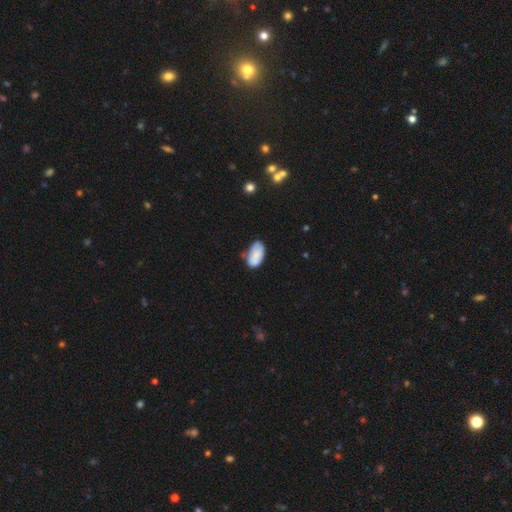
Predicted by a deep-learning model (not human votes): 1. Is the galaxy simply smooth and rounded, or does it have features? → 77% smooth, 15% featured or disk, 7% star or artifact.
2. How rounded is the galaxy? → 94% in between, 4% round, 2% cigar-shaped.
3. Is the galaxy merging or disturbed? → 57% none, 30% minor disturbance, 7% major disturbance, 6% merger.